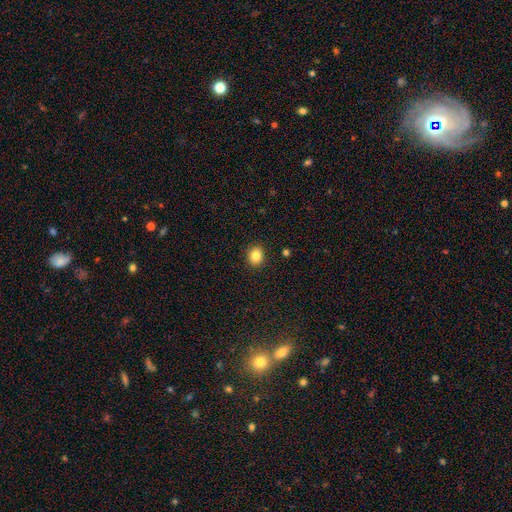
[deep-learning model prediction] This is clearly a smooth galaxy (84%). How rounded: likely round (69%). Merging: clearly none (91%).